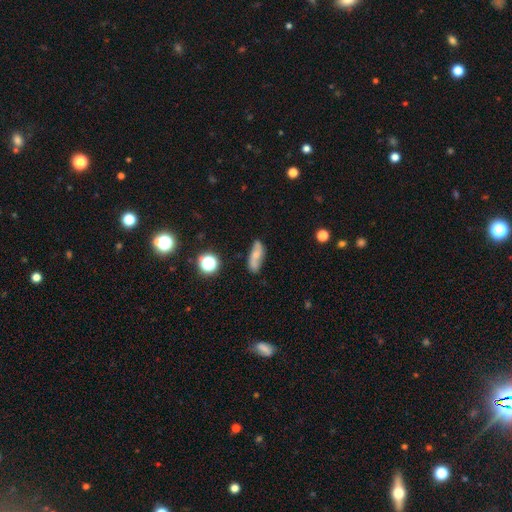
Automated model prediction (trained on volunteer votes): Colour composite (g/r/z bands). It shows a smooth galaxy with no disk features (48%). Merging: none (70%).